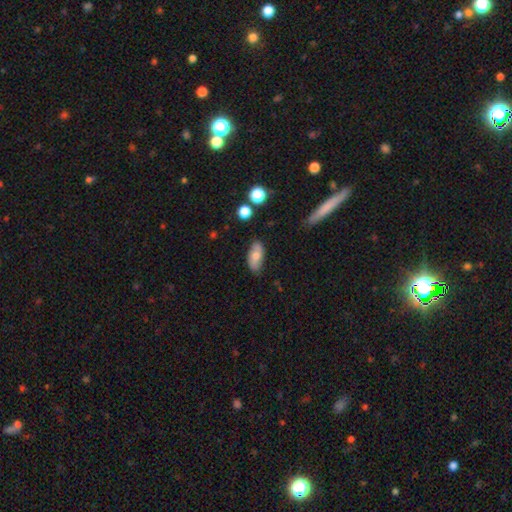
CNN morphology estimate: A smooth galaxy with no disk features (68%) that is in between round and cigar-shaped (89%).

Vote fractions:
- Smooth or featured? smooth: 68% / featured or disk: 25% / star or artifact: 7%
- How rounded? in between: 89% / cigar-shaped: 7% / round: 4%
- Merging? none: 80% / minor disturbance: 16% / major disturbance: 3% / merger: 2%